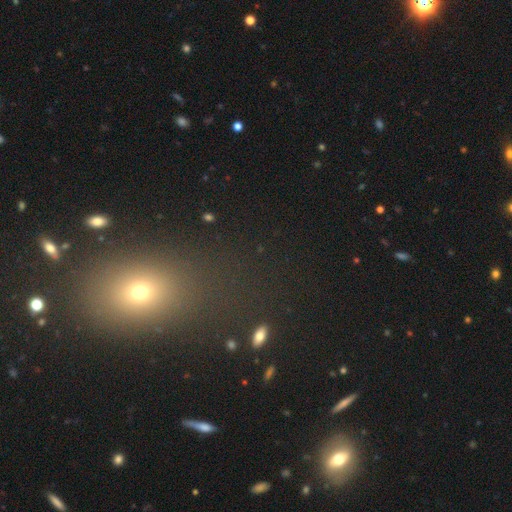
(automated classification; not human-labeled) Q: Smooth or featured?
A: smooth (51%); runner-up: star or artifact (39%)
Q: How rounded?
A: in between (57%); runner-up: round (38%)
Q: Merging?
A: none (81%); runner-up: minor disturbance (9%)